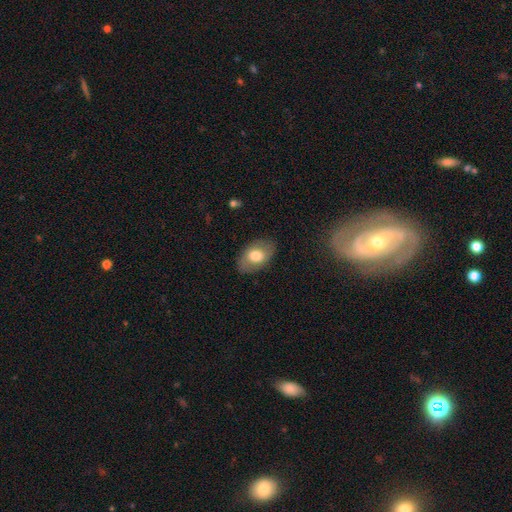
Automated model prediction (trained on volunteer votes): Q: Smooth or featured?
A: smooth (68%); runner-up: featured or disk (26%)
Q: How rounded?
A: in between (88%); runner-up: round (11%)
Q: Merging?
A: none (82%); runner-up: minor disturbance (13%)